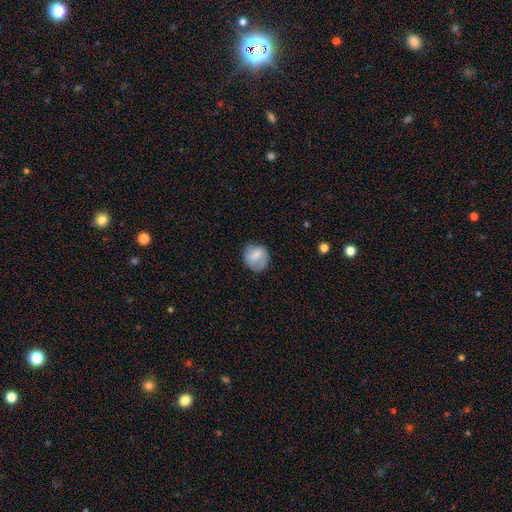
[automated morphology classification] A smooth galaxy with no disk features (68%) that is round (75%). Merging: none (70%).